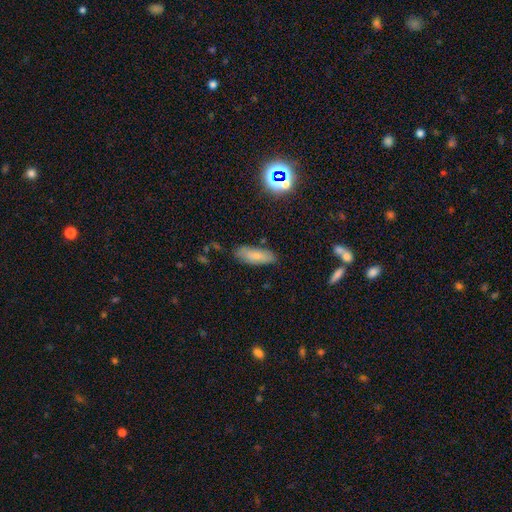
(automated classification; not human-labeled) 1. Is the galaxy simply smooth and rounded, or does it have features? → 74% smooth, 17% featured or disk, 9% star or artifact.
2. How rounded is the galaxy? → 66% in between, 32% cigar-shaped, 2% round.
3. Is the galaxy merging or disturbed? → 79% none, 16% minor disturbance, 3% major disturbance, 2% merger.